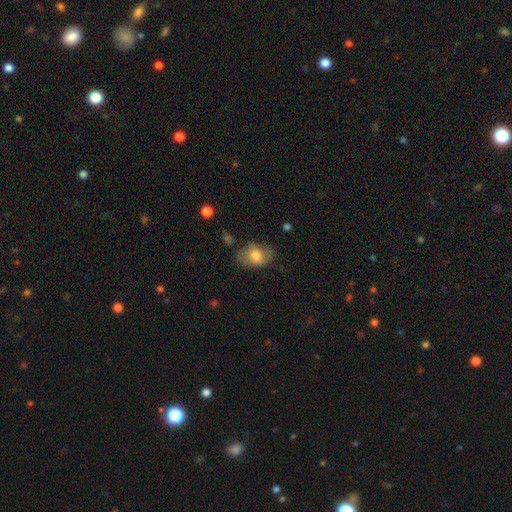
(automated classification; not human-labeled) Q: Smooth or featured?
A: smooth (70%); runner-up: featured or disk (22%)
Q: How rounded?
A: in between (82%); runner-up: round (16%)
Q: Merging?
A: none (62%); runner-up: minor disturbance (25%)